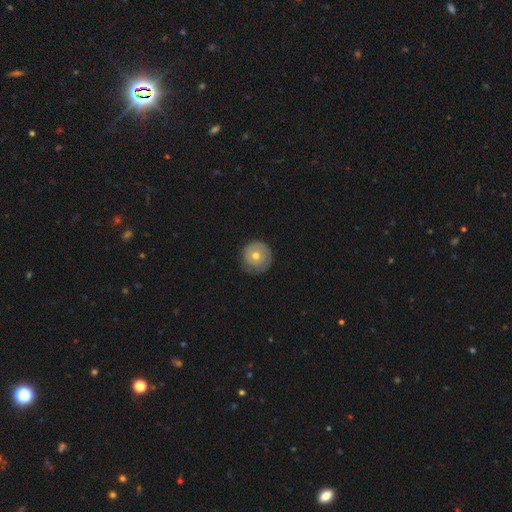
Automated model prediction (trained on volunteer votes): A smooth galaxy with no disk features (52%) that is round (95%).

Vote fractions:
- Smooth or featured? smooth: 52% / featured or disk: 41% / star or artifact: 7%
- How rounded? round: 95% / in between: 4% / cigar-shaped: 1%
- Merging? none: 80% / minor disturbance: 16% / major disturbance: 4% / merger: 1%